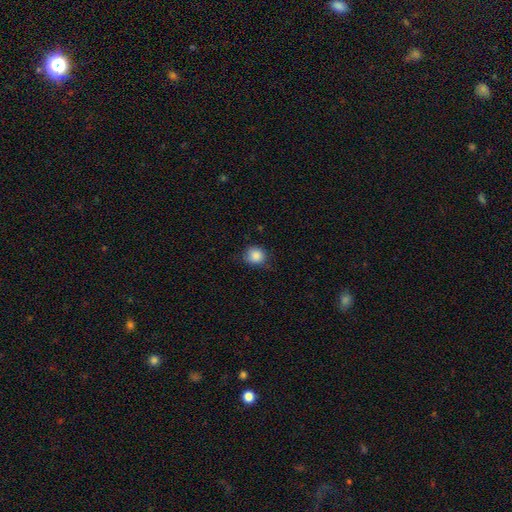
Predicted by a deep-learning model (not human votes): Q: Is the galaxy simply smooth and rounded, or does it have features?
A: smooth — 86%.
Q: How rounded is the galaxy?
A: round — 77%.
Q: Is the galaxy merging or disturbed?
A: none — 68%.